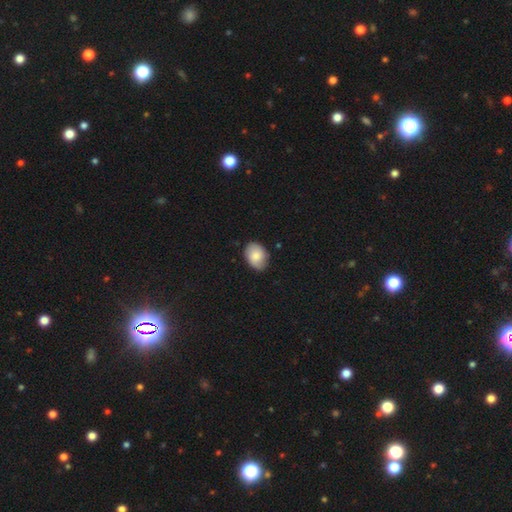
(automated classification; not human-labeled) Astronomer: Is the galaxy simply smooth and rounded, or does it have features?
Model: smooth — 77%.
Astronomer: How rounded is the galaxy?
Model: in between — 74%.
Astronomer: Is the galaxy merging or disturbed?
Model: none — 80%.